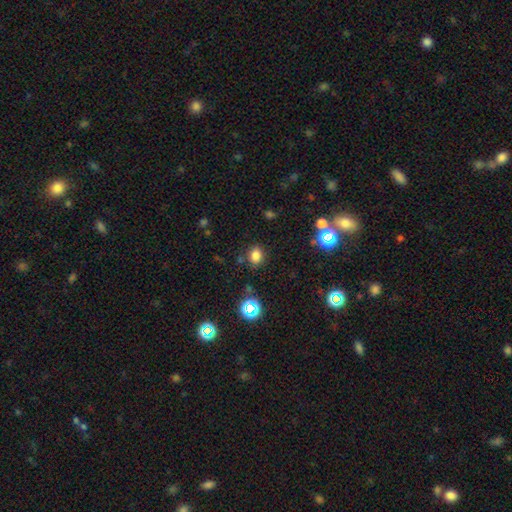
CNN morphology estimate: Overall: smooth (77%). How rounded: round (54%; in between 45%). Merging: none (82%).